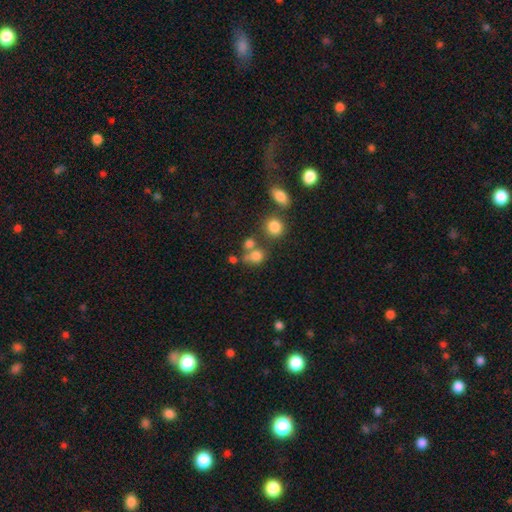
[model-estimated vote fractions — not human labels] smooth 76%, star or artifact 14%, featured or disk 10%. Down the decision tree: how rounded — round (67%); merging — none (48%).